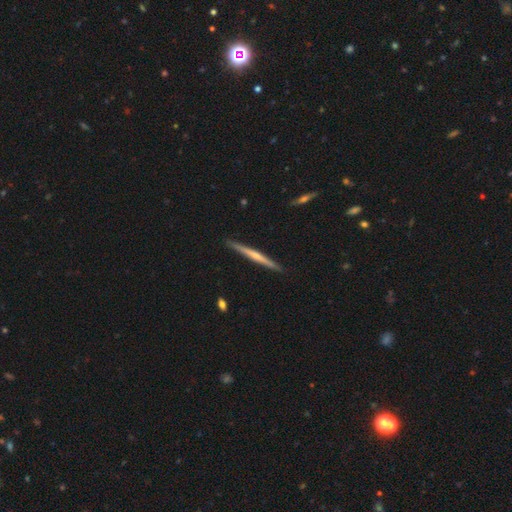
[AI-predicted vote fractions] Morphology: type=featured or disk (63%); edge-on=yes (98%); edge-on bulge=rounded (52%); merging=none (91%).